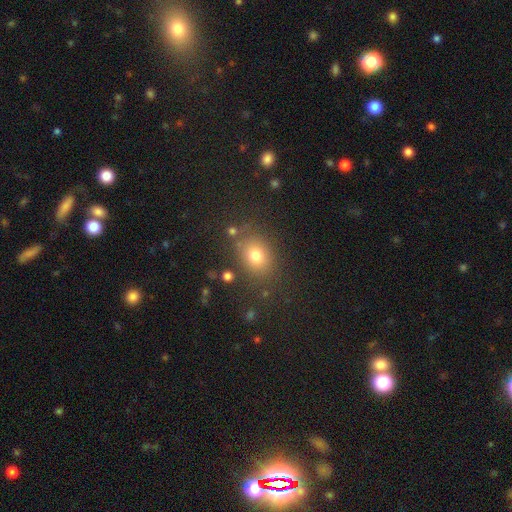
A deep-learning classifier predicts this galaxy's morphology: The model was most divided on "how rounded": in between: 53%, round: 46%, cigar-shaped: 1%. More confident: merging — none (79%); smooth or featured — smooth (76%).